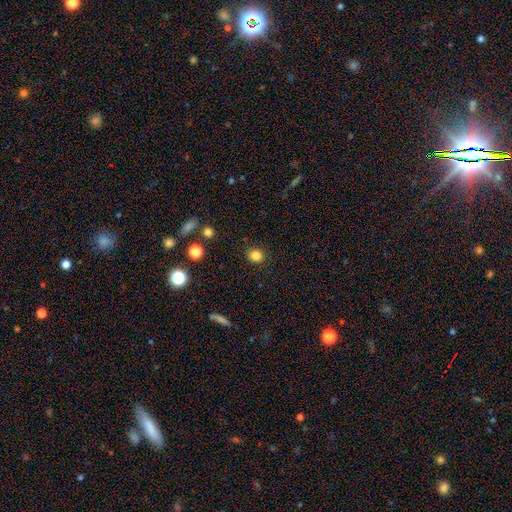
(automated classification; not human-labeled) This appears to be a smooth galaxy with no disk features (84%) that is round (79%). Merging: none (88%).